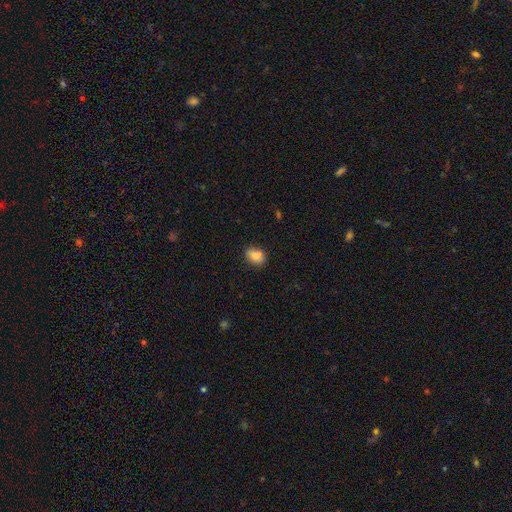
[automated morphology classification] Overall: smooth (79%). How rounded: in between (71%). Merging: none (67%).